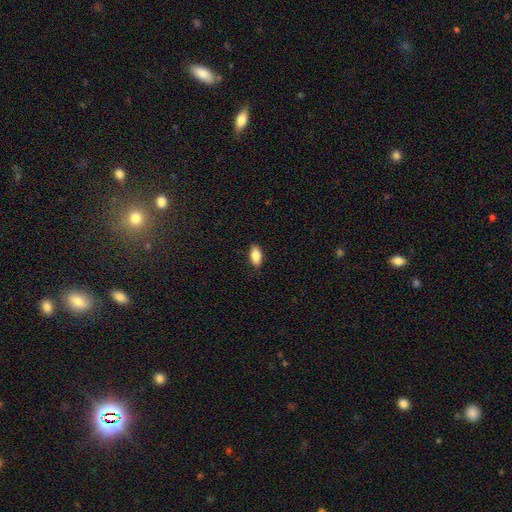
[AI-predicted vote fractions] This is clearly a smooth galaxy (86%). How rounded: clearly in between (90%). Merging: clearly none (87%).